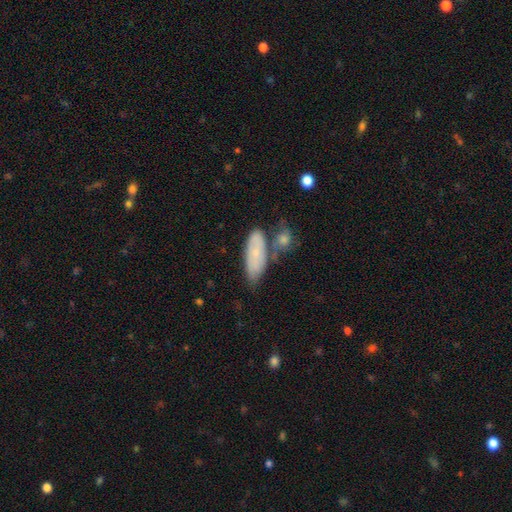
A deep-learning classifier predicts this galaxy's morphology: This is likely a smooth galaxy (66%). How rounded: likely in between (77%). Merging: possibly none (48%).